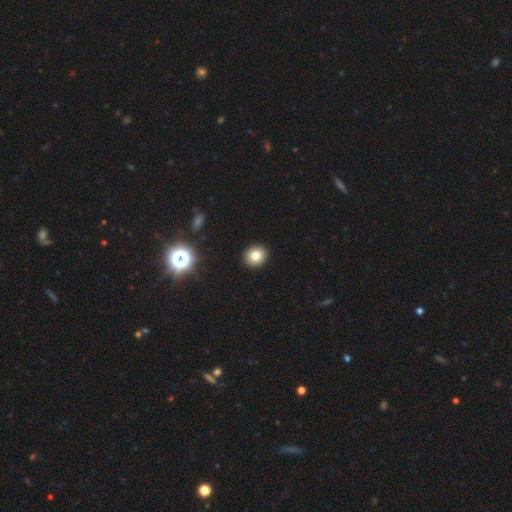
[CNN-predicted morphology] Smooth or featured: smooth — 80% (star or artifact — 12%)
How rounded: round — 81% (in between — 18%)
Merging: none — 92% (minor disturbance — 5%)